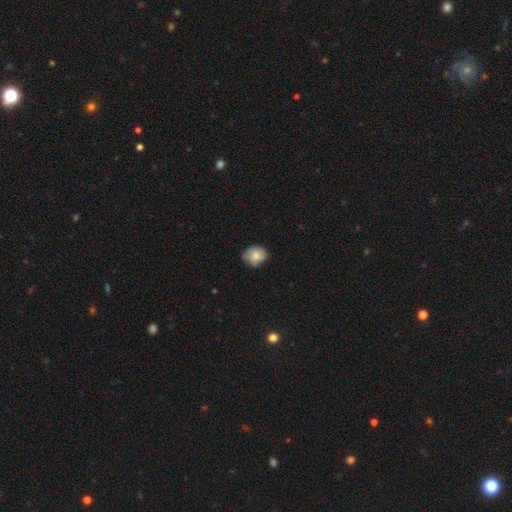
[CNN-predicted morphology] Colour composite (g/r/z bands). It shows a smooth galaxy with no disk features (75%) that is round (57%). Merging: none (67%).